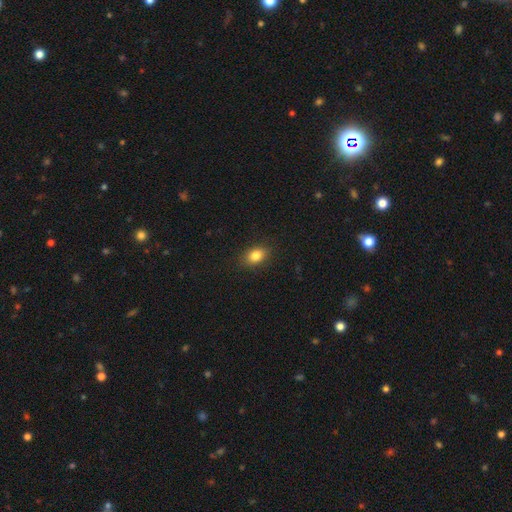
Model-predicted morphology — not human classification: Smooth or featured: smooth — 83% (star or artifact — 9%)
How rounded: in between — 79% (round — 20%)
Merging: none — 88% (minor disturbance — 9%)